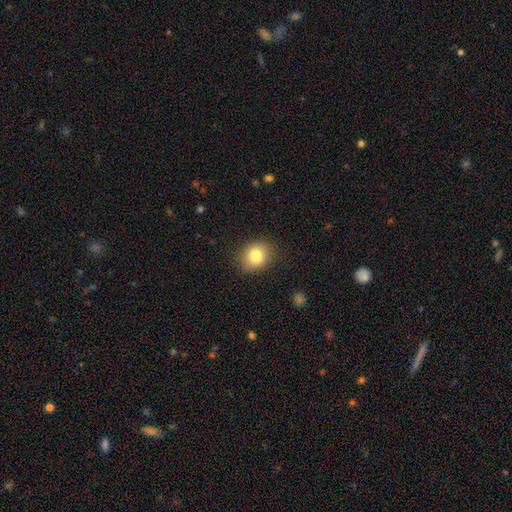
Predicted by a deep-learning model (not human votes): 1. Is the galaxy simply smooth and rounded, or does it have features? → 82% smooth, 9% star or artifact, 8% featured or disk.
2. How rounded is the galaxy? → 57% round, 42% in between, 1% cigar-shaped.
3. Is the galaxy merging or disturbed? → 85% none, 11% minor disturbance, 3% major disturbance, 1% merger.